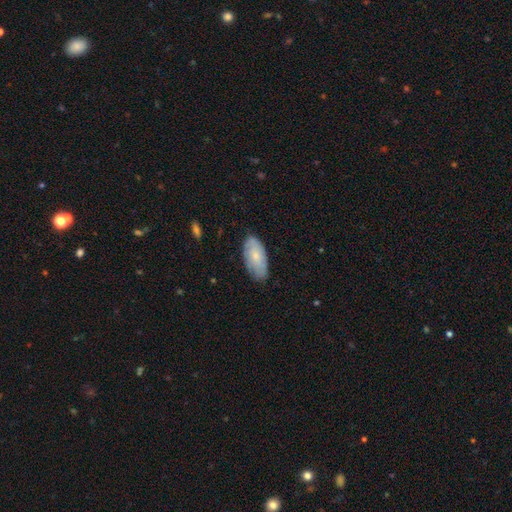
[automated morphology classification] A smooth galaxy with no disk features (63%) that is in between round and cigar-shaped (92%). Merging: none (77%).